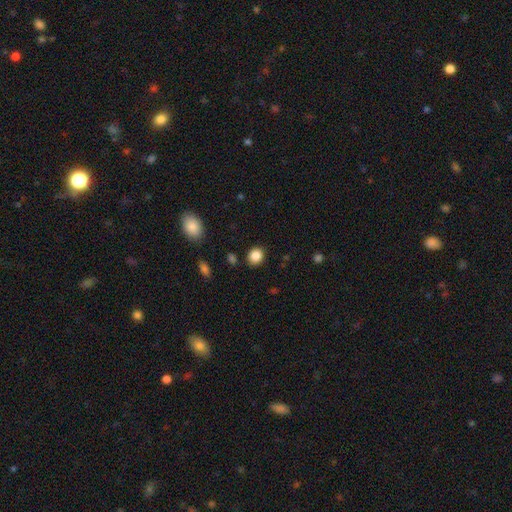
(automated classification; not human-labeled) A smooth galaxy with no disk features (85%) that is round (67%). Merging: none (88%).